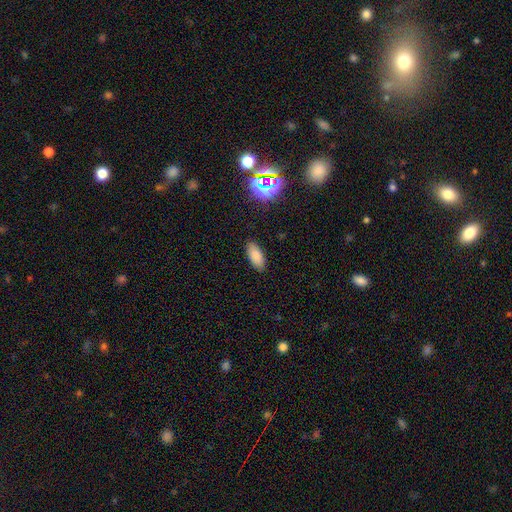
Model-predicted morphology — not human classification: type=smooth (84%); roundness=in between (89%); merging=none (88%).